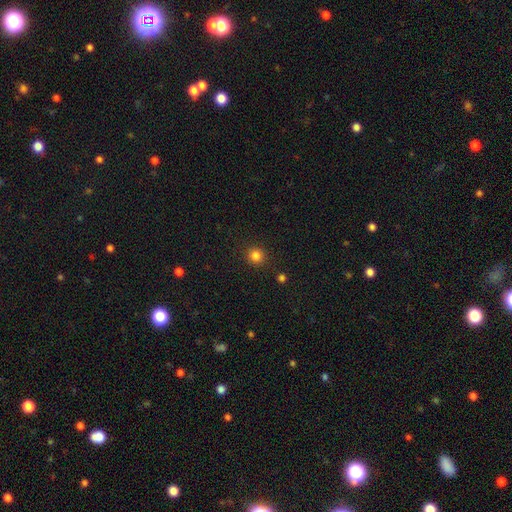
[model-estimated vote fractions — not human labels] Smooth or featured: smooth — 83% (star or artifact — 13%)
How rounded: round — 92% (in between — 7%)
Merging: none — 91% (minor disturbance — 6%)